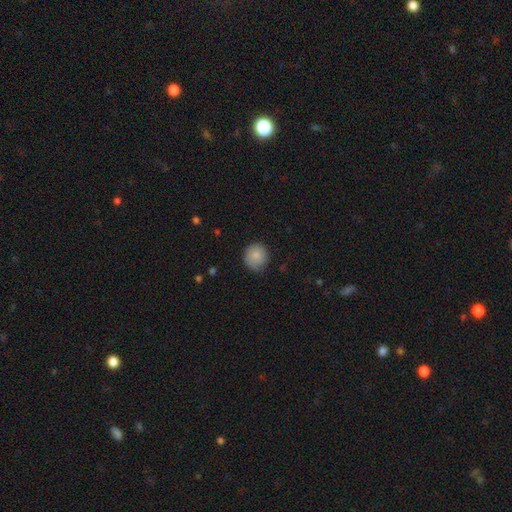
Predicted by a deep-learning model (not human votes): Morphology: type=smooth (85%); roundness=round (90%); merging=none (80%).